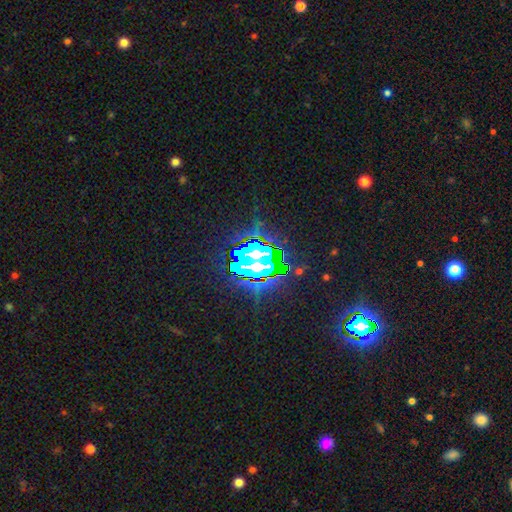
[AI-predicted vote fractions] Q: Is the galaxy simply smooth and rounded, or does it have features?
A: star or artifact — 69%.